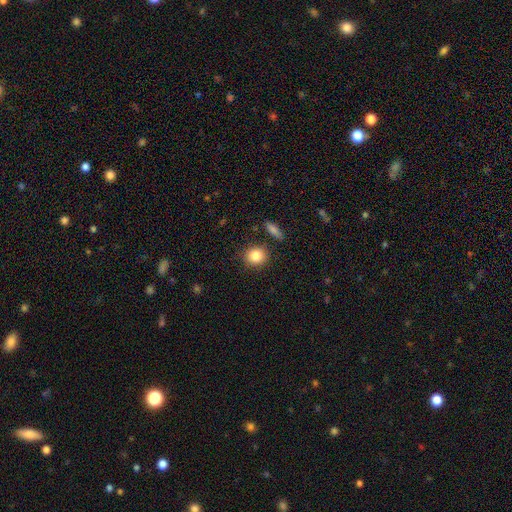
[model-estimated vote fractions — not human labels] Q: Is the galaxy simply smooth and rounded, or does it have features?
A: smooth — 84%.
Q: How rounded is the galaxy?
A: round — 79%.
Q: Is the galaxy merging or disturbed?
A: none — 85%.